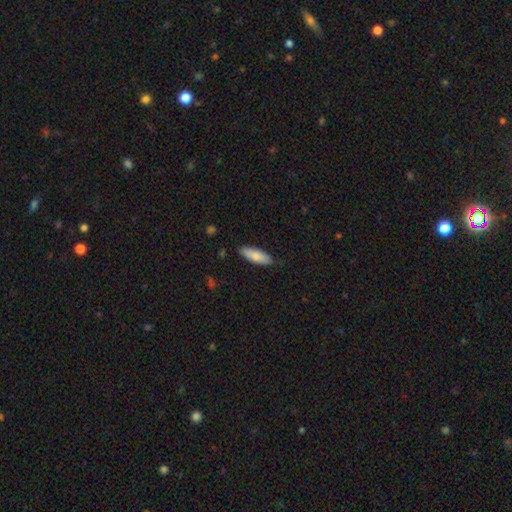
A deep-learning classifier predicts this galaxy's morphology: A smooth galaxy with no disk features (83%) that is in between round and cigar-shaped (59%).

Vote fractions:
- Smooth or featured? smooth: 83% / featured or disk: 11% / star or artifact: 6%
- How rounded? in between: 59% / cigar-shaped: 40% / round: 2%
- Merging? none: 83% / minor disturbance: 14% / major disturbance: 2% / merger: 1%